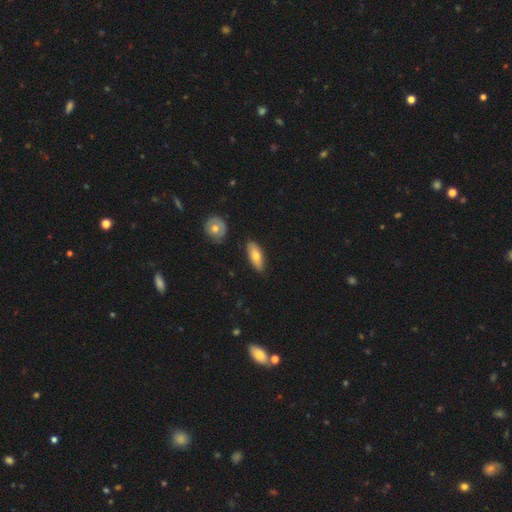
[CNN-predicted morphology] Overall: smooth (70%). How rounded: in between (72%). Merging: none (82%).